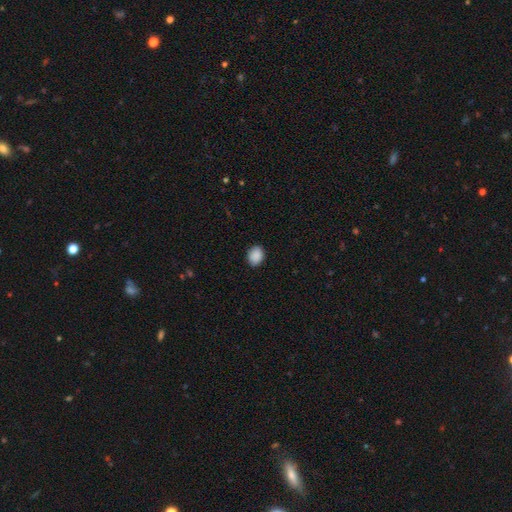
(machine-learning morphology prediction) Smooth or featured?
  - smooth: 90% *
  - star or artifact: 8%
  - featured or disk: 3%
How rounded?
  - in between: 55% *
  - round: 44%
  - cigar-shaped: 1%
Merging?
  - none: 87% *
  - minor disturbance: 10%
  - major disturbance: 2%
  - merger: 1%